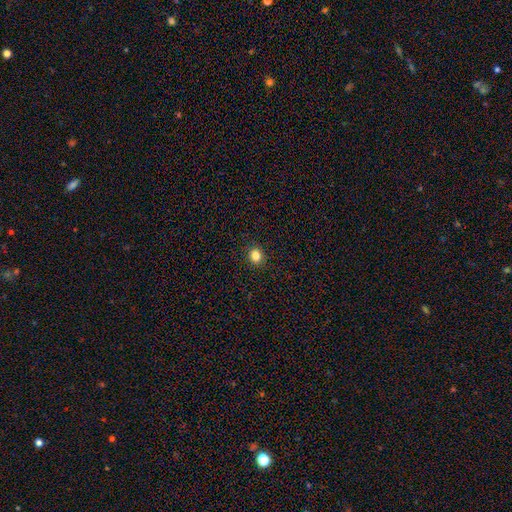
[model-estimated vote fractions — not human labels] This appears to be a smooth galaxy with no disk features (84%) that is round (71%). Merging: none (92%).